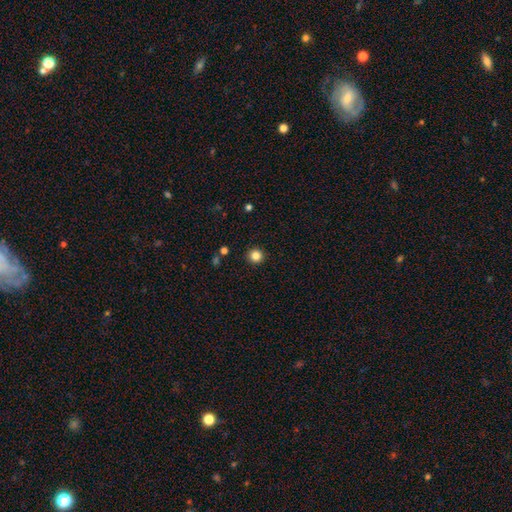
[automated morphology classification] Smooth or featured: smooth — 84% (star or artifact — 12%)
How rounded: round — 95% (in between — 4%)
Merging: none — 93% (minor disturbance — 5%)